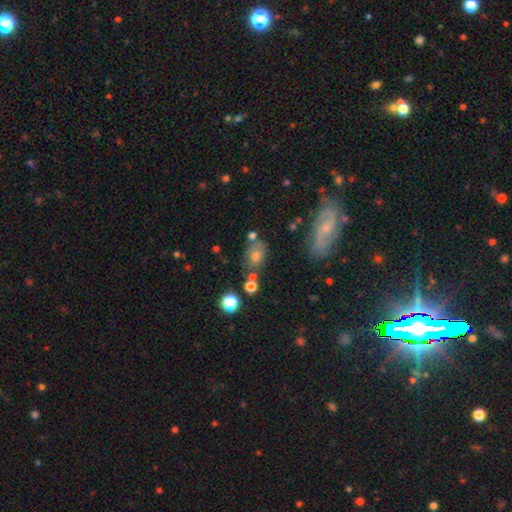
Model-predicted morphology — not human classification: Smooth or featured?
  - smooth: 59% *
  - featured or disk: 26%
  - star or artifact: 15%
How rounded?
  - in between: 71% *
  - round: 26%
  - cigar-shaped: 3%
Merging?
  - none: 61% *
  - minor disturbance: 19%
  - merger: 12%
  - major disturbance: 8%